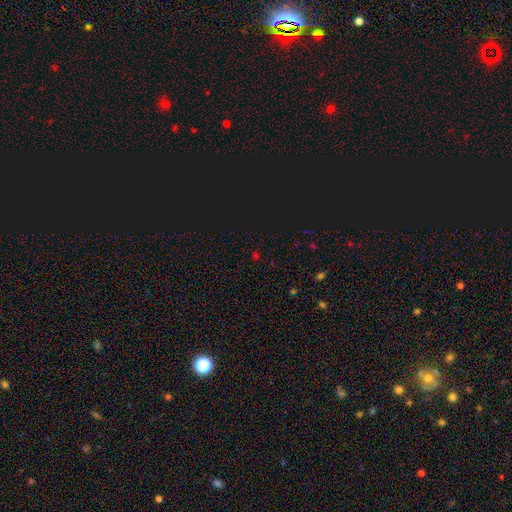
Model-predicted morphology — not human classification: type=star or artifact (65%).